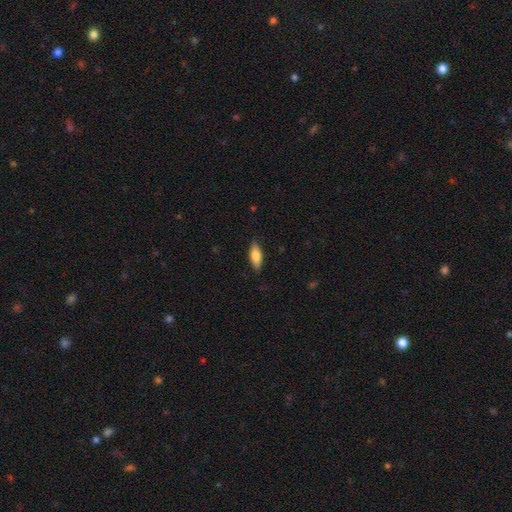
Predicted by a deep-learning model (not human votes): Smooth or featured: smooth — 77% (featured or disk — 17%)
How rounded: in between — 71% (cigar-shaped — 27%)
Merging: none — 84% (minor disturbance — 12%)